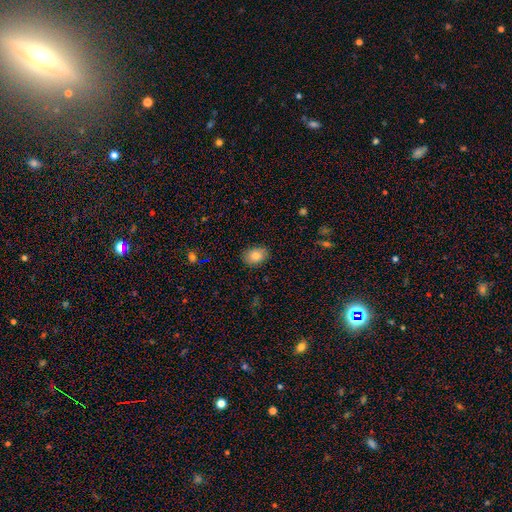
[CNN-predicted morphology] type=smooth (83%); roundness=in between (72%); merging=none (86%).